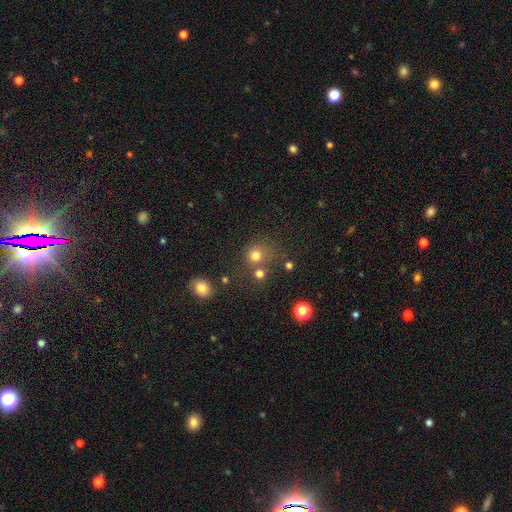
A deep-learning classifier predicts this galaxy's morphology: smooth 75%, star or artifact 17%, featured or disk 8%. Down the decision tree: how rounded — round (84%); merging — none (58%).